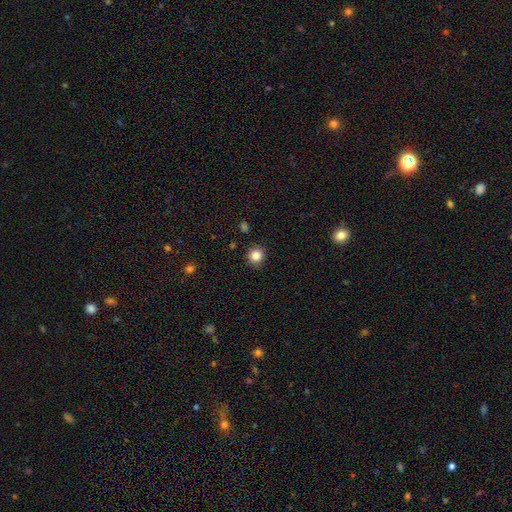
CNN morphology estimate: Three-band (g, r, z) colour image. It shows a smooth galaxy with no disk features (85%) that is round (92%). Merging: none (89%).